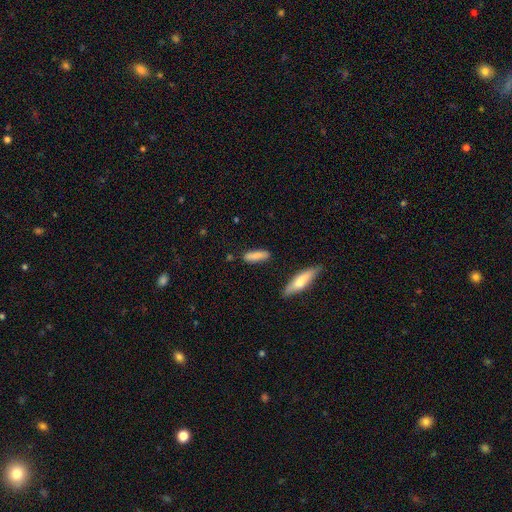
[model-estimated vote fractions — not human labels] A smooth galaxy with no disk features (84%) that is cigar-shaped (56%). Merging: none (82%).